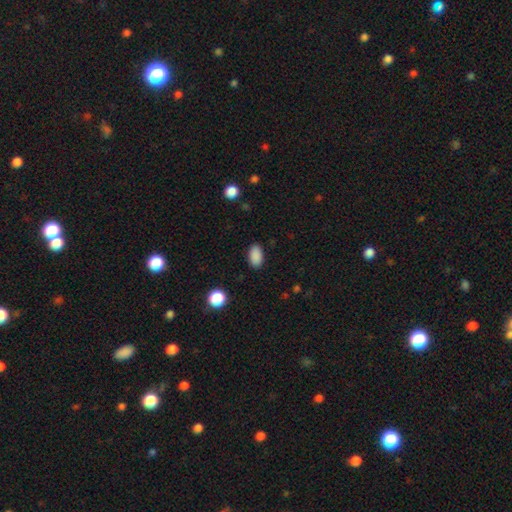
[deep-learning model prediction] Q: Smooth or featured?
A: smooth (89%); runner-up: star or artifact (9%)
Q: How rounded?
A: in between (93%); runner-up: round (6%)
Q: Merging?
A: none (88%); runner-up: minor disturbance (8%)